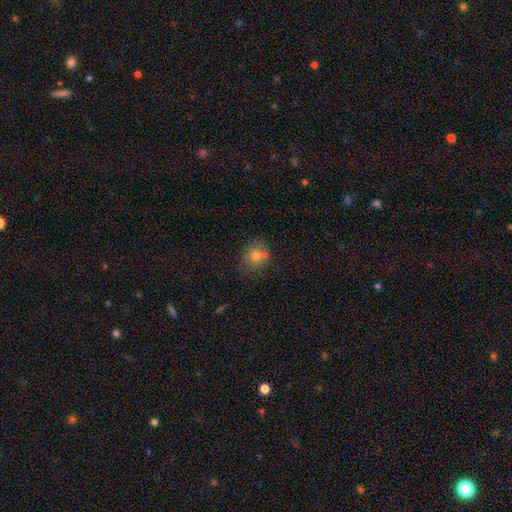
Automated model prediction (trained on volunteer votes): Smooth or featured: smooth — 72% (featured or disk — 16%)
How rounded: round — 73% (in between — 26%)
Merging: none — 59% (merger — 23%)